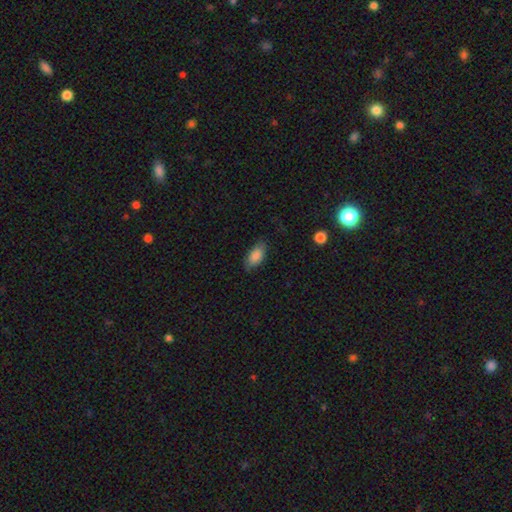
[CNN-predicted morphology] A smooth galaxy with no disk features (84%) that is in between round and cigar-shaped (91%).

Vote fractions:
- Smooth or featured? smooth: 84% / featured or disk: 9% / star or artifact: 7%
- How rounded? in between: 91% / cigar-shaped: 6% / round: 3%
- Merging? none: 77% / minor disturbance: 18% / major disturbance: 4% / merger: 1%